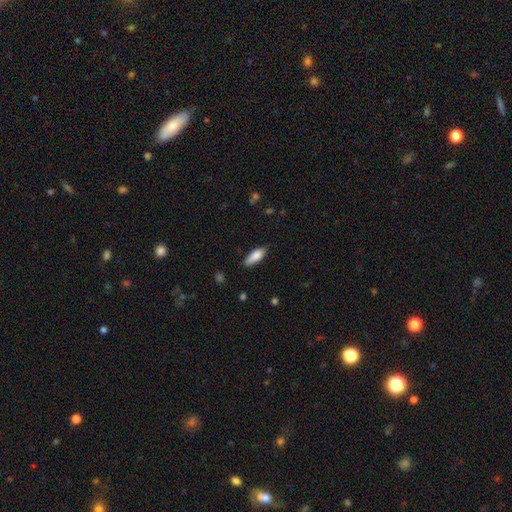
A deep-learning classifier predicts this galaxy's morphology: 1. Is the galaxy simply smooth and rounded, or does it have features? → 84% smooth, 10% featured or disk, 6% star or artifact.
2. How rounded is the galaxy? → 68% in between, 30% cigar-shaped, 2% round.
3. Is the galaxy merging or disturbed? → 78% none, 18% minor disturbance, 3% major disturbance, 1% merger.